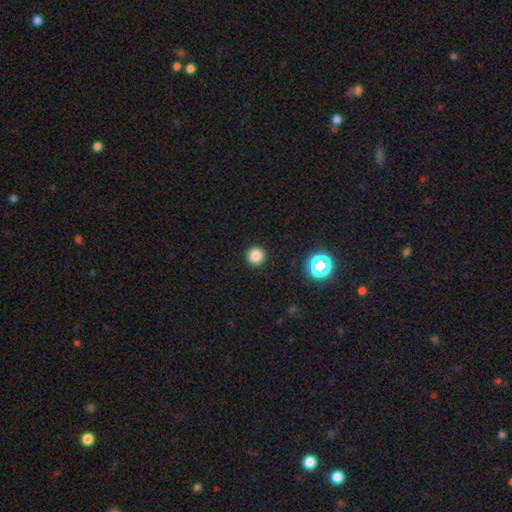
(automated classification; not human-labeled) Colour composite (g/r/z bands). It shows a smooth galaxy with no disk features (83%) that is round (96%). Merging: none (93%).